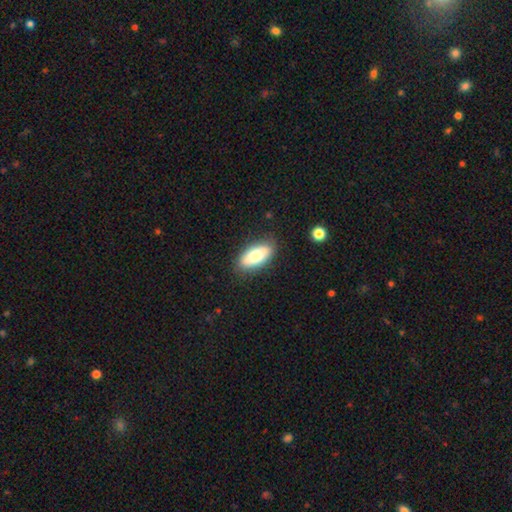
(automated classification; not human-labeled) The model was most divided on "smooth or featured": smooth: 73%, featured or disk: 20%, star or artifact: 7%. More confident: how rounded — in between (87%); merging — none (85%).